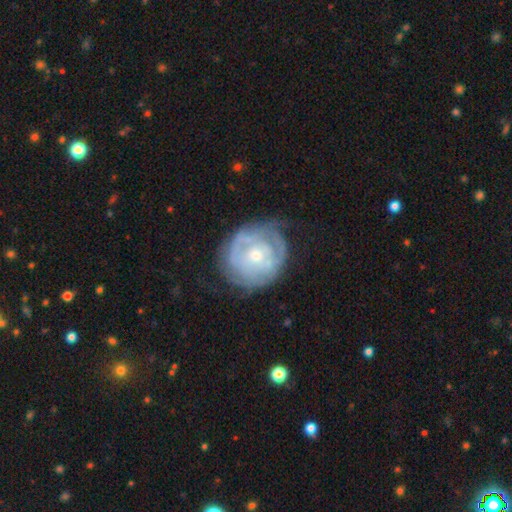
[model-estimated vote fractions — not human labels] This appears to be a featured or disk galaxy (73%) with no bar (78%), spiral arms (69%) and a small central bulge (52%). Merging: none (62%).